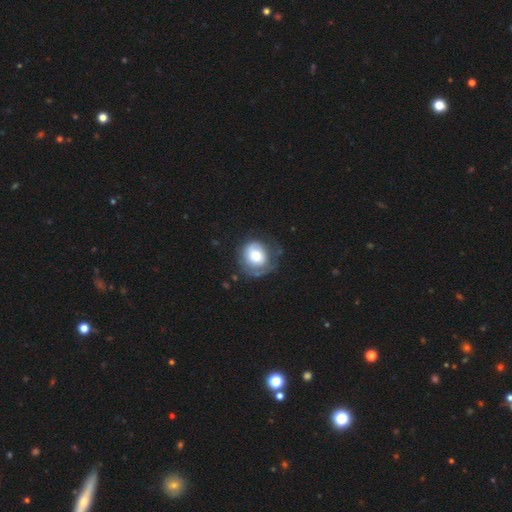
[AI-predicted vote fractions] Smooth or featured: smooth — 56% (featured or disk — 37%)
How rounded: round — 76% (in between — 23%)
Merging: none — 51% (minor disturbance — 27%)